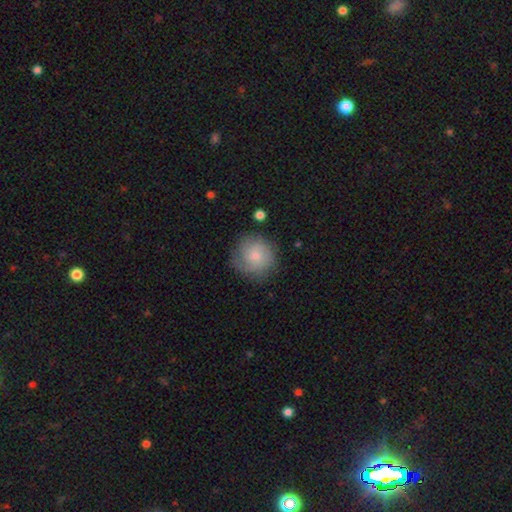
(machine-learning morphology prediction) type=smooth (48%); merging=none (75%).